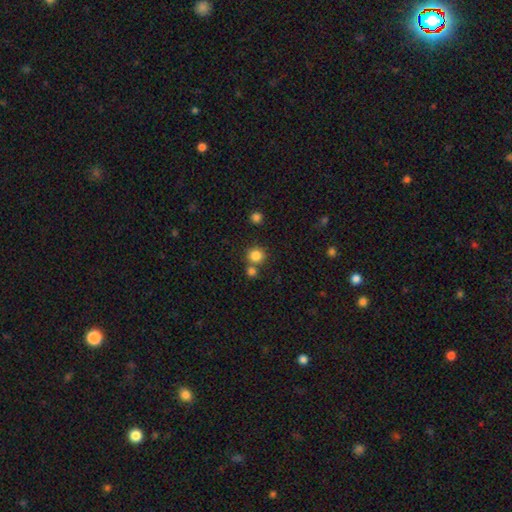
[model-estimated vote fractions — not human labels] Q: Smooth or featured?
A: smooth (83%); runner-up: star or artifact (12%)
Q: How rounded?
A: round (90%); runner-up: in between (9%)
Q: Merging?
A: none (67%); runner-up: merger (23%)